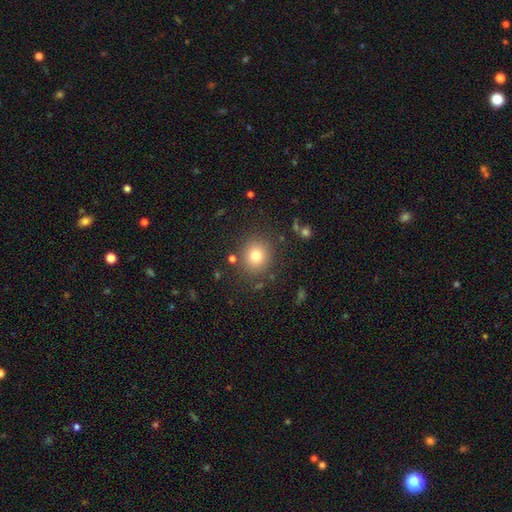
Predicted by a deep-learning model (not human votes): smooth 78%, star or artifact 13%, featured or disk 9%. Down the decision tree: how rounded — round (85%); merging — none (85%).